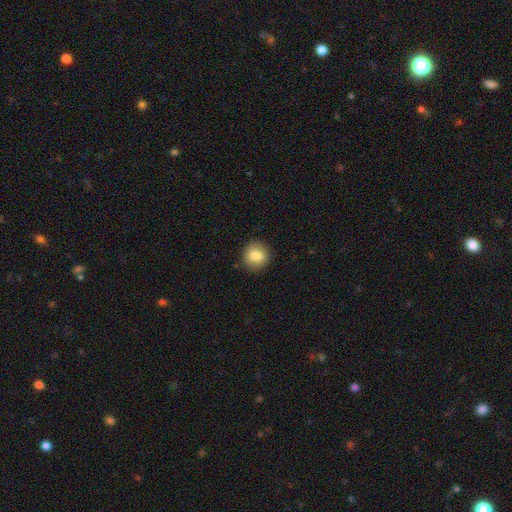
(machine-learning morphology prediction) type=smooth (82%); roundness=round (85%); merging=none (89%).